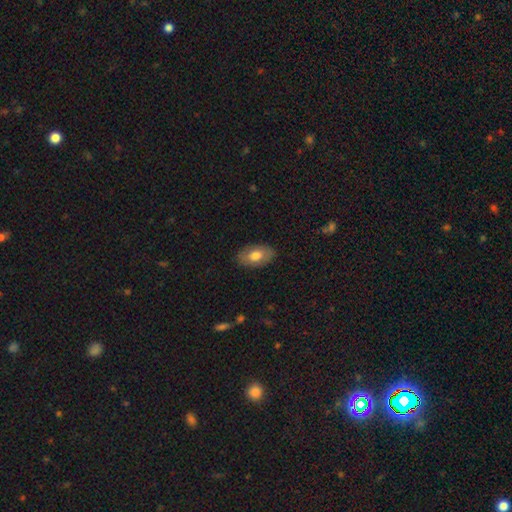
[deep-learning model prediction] smooth-or-featured: smooth: 72% | featured or disk: 22% | star or artifact: 6%
  how-rounded: in between: 93% | round: 6% | cigar-shaped: 2%
  merging: none: 85% | minor disturbance: 12% | major disturbance: 3% | merger: 1%